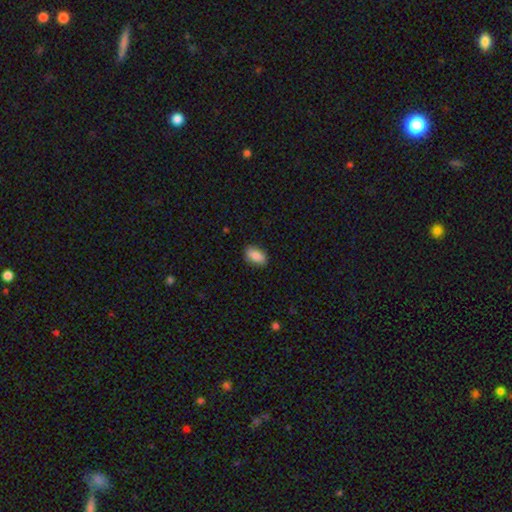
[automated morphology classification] Q: Smooth or featured?
A: smooth (85%); runner-up: featured or disk (8%)
Q: How rounded?
A: in between (91%); runner-up: round (6%)
Q: Merging?
A: none (85%); runner-up: minor disturbance (11%)